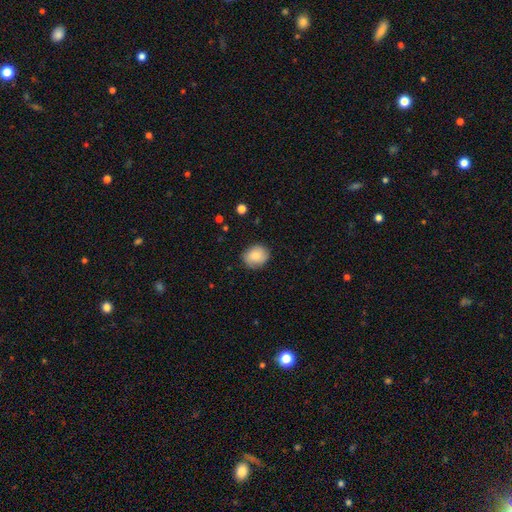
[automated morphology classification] smooth_or_featured: smooth (p=0.83) [alt: featured or disk p=0.10]
how_rounded: round (p=0.64) [alt: in between p=0.35]
merging: none (p=0.83) [alt: minor disturbance p=0.13]